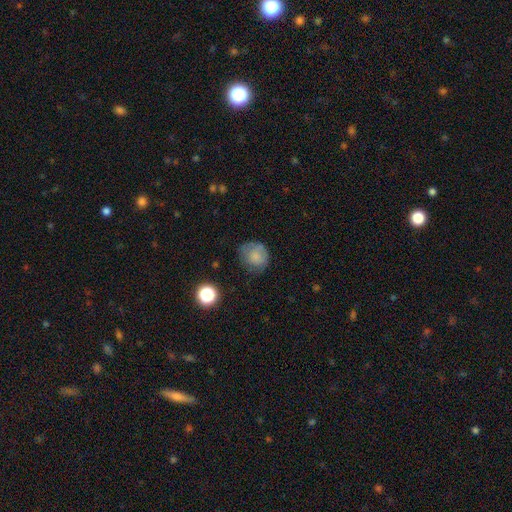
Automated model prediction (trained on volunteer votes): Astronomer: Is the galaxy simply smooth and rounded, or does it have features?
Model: smooth — 74%.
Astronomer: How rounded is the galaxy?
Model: round — 80%.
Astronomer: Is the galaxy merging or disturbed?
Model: none — 59%.